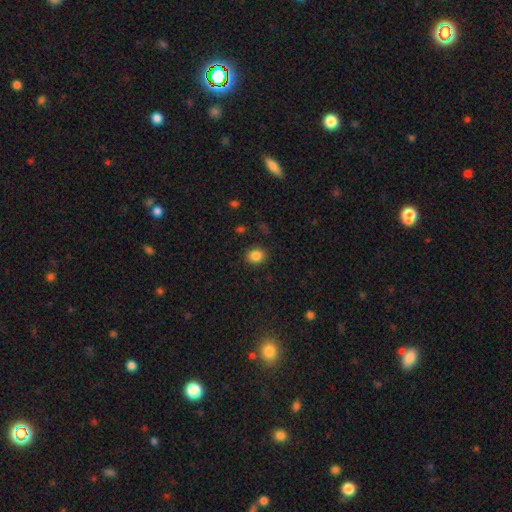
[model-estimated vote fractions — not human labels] smooth_or_featured: smooth (p=0.86) [alt: star or artifact p=0.10]
how_rounded: round (p=0.65) [alt: in between p=0.34]
merging: none (p=0.87) [alt: minor disturbance p=0.08]